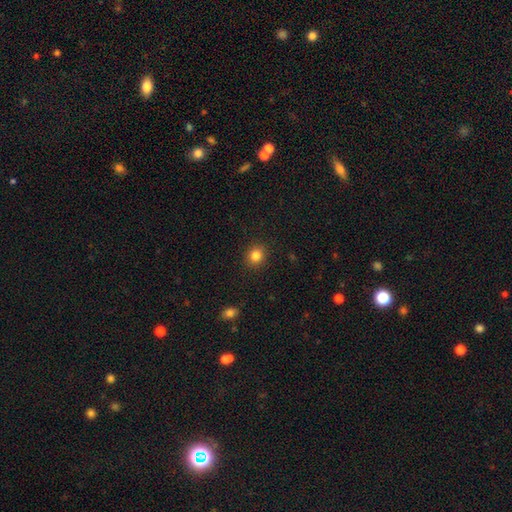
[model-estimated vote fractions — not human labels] Overall: smooth (84%). How rounded: round (77%). Merging: none (90%).